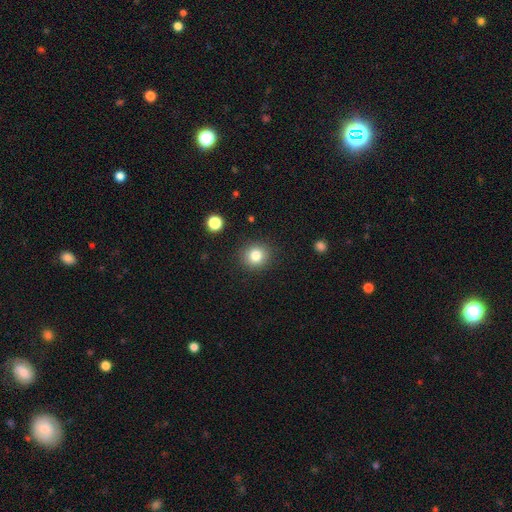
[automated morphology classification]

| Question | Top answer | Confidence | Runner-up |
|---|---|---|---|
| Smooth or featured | smooth | 82% | star or artifact (11%) |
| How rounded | round | 87% | in between (12%) |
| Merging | none | 89% | minor disturbance (7%) |